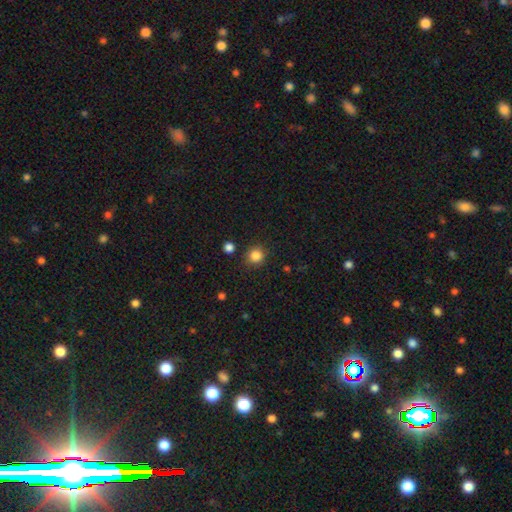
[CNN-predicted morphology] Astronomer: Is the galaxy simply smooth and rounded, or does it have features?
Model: smooth — 84%.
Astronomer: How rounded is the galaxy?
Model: round — 90%.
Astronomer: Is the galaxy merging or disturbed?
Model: none — 87%.